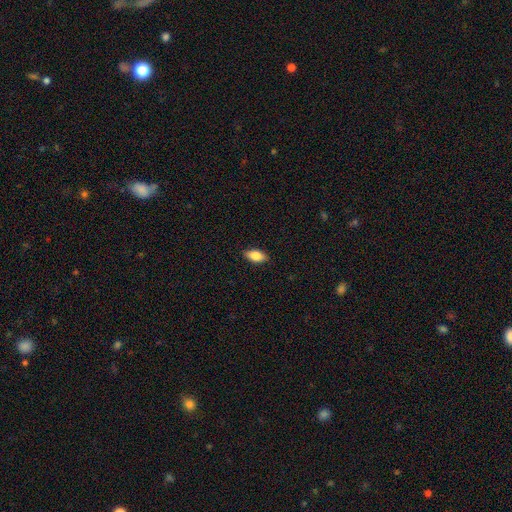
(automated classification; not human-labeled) A smooth galaxy with no disk features (82%) that is in between round and cigar-shaped (90%).

Vote fractions:
- Smooth or featured? smooth: 82% / featured or disk: 11% / star or artifact: 7%
- How rounded? in between: 90% / cigar-shaped: 6% / round: 4%
- Merging? none: 88% / minor disturbance: 9% / major disturbance: 2% / merger: 1%